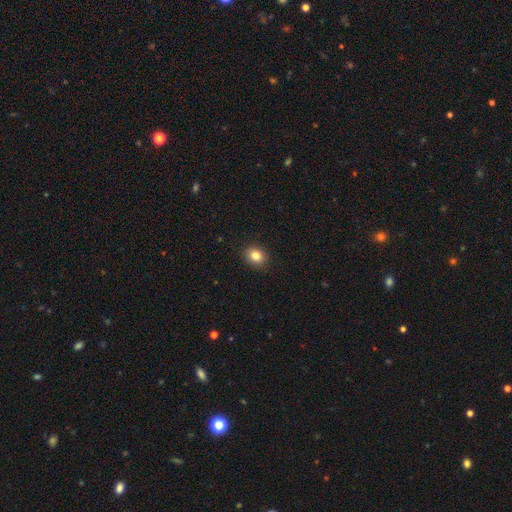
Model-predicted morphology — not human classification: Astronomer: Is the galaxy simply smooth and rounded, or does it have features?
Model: smooth — 84%.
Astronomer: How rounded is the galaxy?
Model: round — 55% (runner-up: in between, 44%).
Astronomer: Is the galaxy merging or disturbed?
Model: none — 90%.